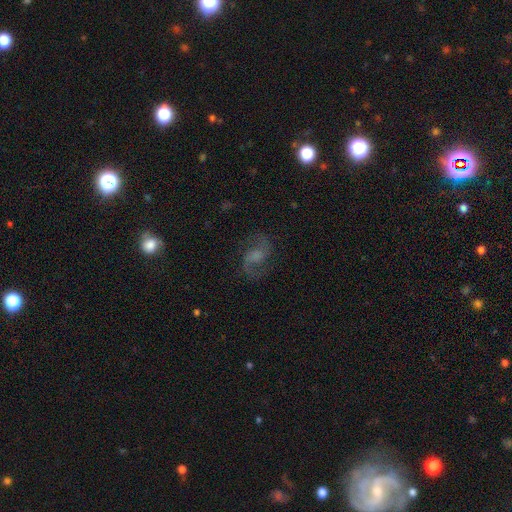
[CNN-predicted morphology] type=featured or disk (80%); edge-on=no (98%); bar=weak (47%); spiral arms=yes (96%); winding=loose (47%); arm count=2 (92%); bulge=none (35%); merging=none (76%).